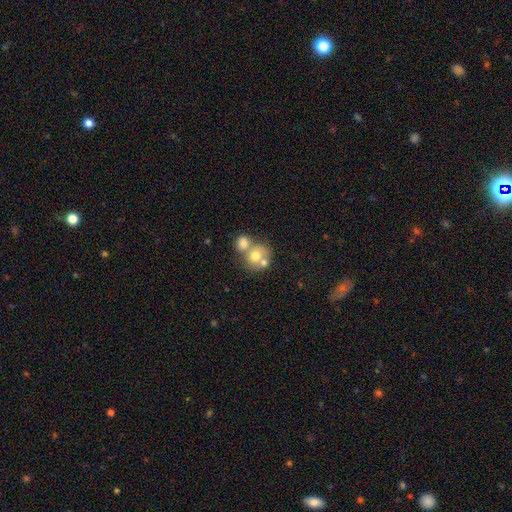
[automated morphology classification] Smooth or featured? Predicted: smooth (p=0.65). How rounded? Predicted: round (p=0.73). Merging? Predicted: merger (p=0.58).